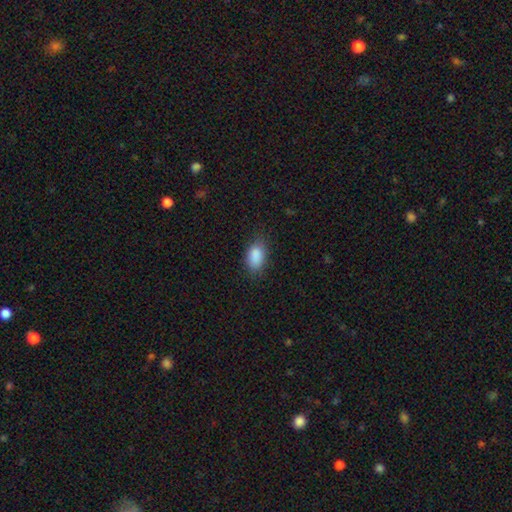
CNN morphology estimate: The model was most divided on "merging": none: 76%, minor disturbance: 18%, major disturbance: 4%, merger: 1%. More confident: how rounded — in between (89%); smooth or featured — smooth (88%).